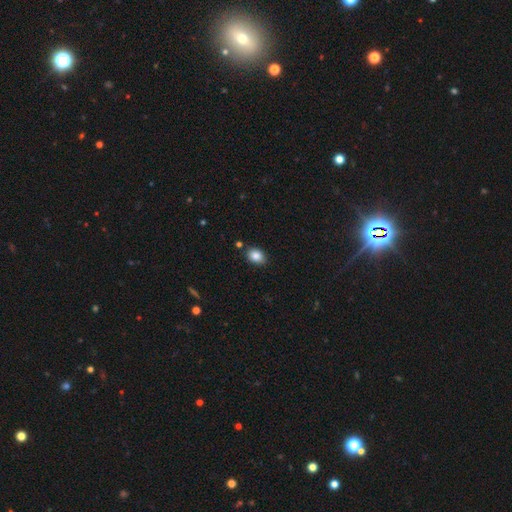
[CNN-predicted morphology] A smooth galaxy with no disk features (86%) that is in between round and cigar-shaped (71%). Merging: none (83%).